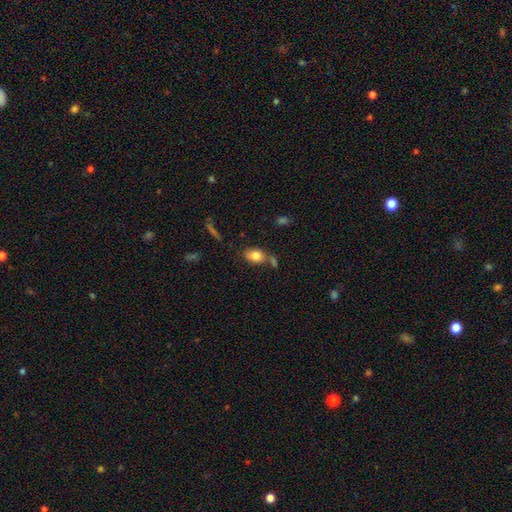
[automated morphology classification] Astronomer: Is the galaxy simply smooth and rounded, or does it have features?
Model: smooth — 82%.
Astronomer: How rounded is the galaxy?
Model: in between — 82%.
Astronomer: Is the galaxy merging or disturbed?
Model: none — 60%.